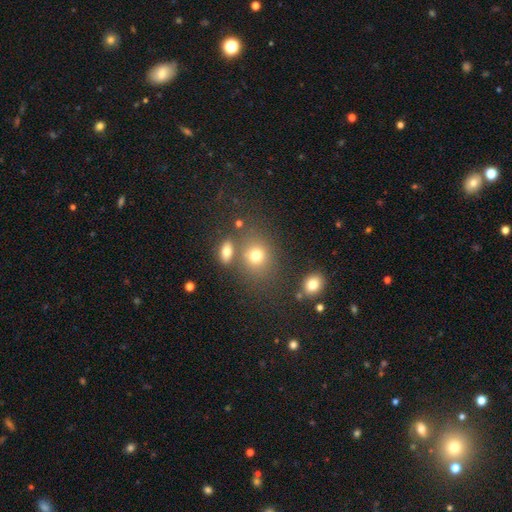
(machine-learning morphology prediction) A smooth galaxy with no disk features (74%) that is round (58%). Merging: none (63%).